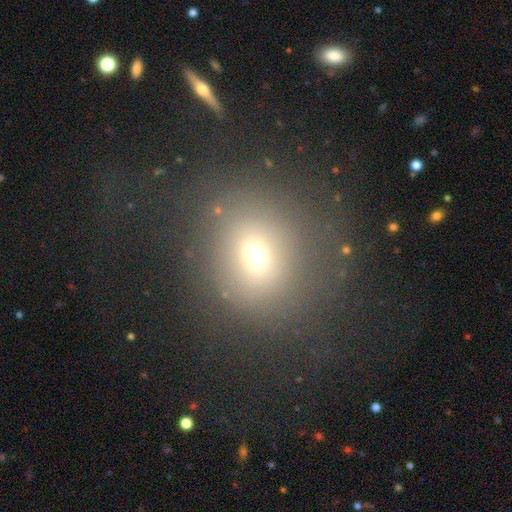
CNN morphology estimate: type=smooth (65%); roundness=round (81%); merging=none (73%).